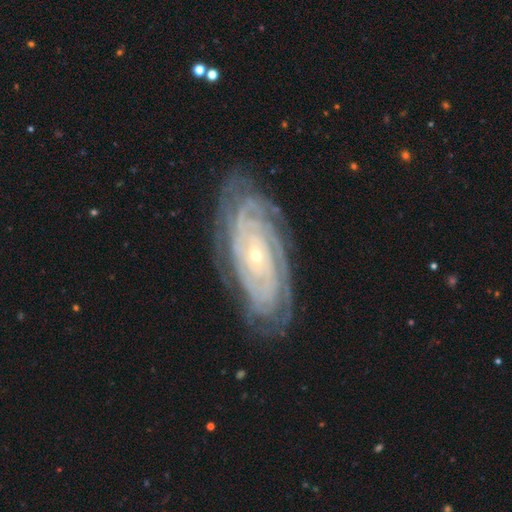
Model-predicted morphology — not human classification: Smooth or featured? Predicted: featured or disk (p=0.89). Edge-on disk? Predicted: no (p=0.94). Bar? Predicted: no (p=0.76). Spiral arms? Predicted: yes (p=0.98). Spiral winding? Predicted: tight (p=0.86). Spiral arm count? Predicted: can't tell (p=0.23, tied with more than 4 and 4). Bulge size? Predicted: small (p=0.81). Merging? Predicted: none (p=0.81).